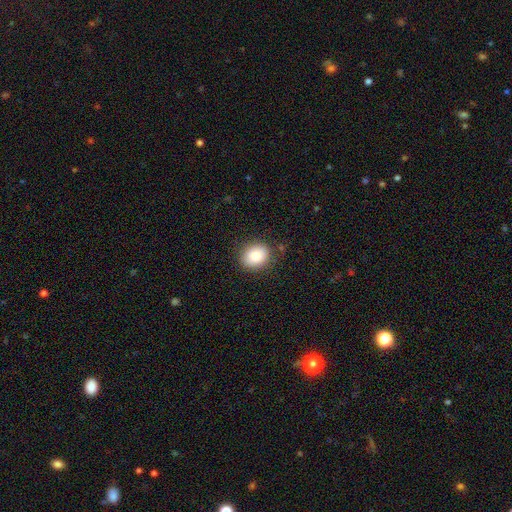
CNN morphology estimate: The model was most divided on "how rounded": round: 58%, in between: 42%, cigar-shaped: 1%. More confident: merging — none (86%); smooth or featured — smooth (82%).